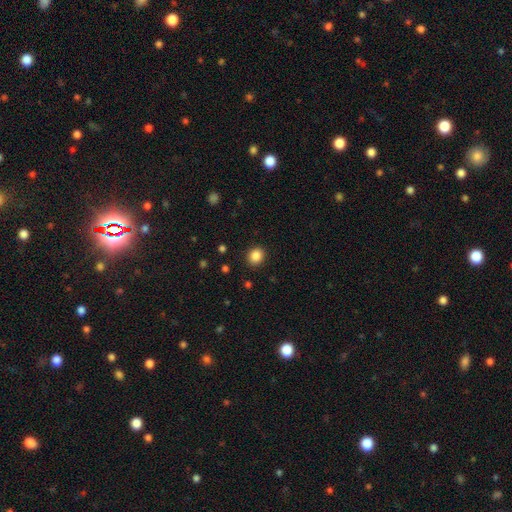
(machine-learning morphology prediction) Smooth or featured?
  - smooth: 86% *
  - star or artifact: 10%
  - featured or disk: 3%
How rounded?
  - round: 79% *
  - in between: 20%
  - cigar-shaped: 1%
Merging?
  - none: 90% *
  - minor disturbance: 6%
  - major disturbance: 2%
  - merger: 1%